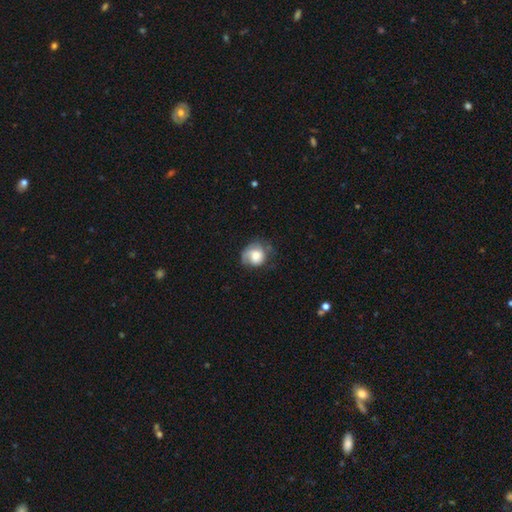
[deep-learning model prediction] Smooth or featured?
  - smooth: 57% *
  - featured or disk: 35%
  - star or artifact: 8%
How rounded?
  - round: 71% *
  - in between: 28%
  - cigar-shaped: 1%
Merging?
  - none: 49% *
  - minor disturbance: 30%
  - major disturbance: 19%
  - merger: 2%